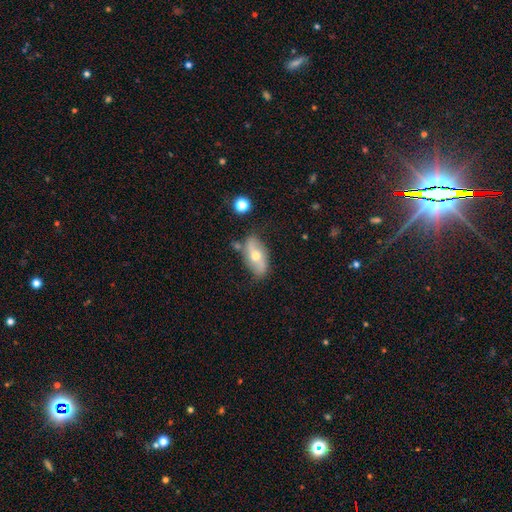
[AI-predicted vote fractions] This is possibly a featured or disk galaxy (55%). It is likely not viewed edge-on (80%). Merging: likely none (70%).